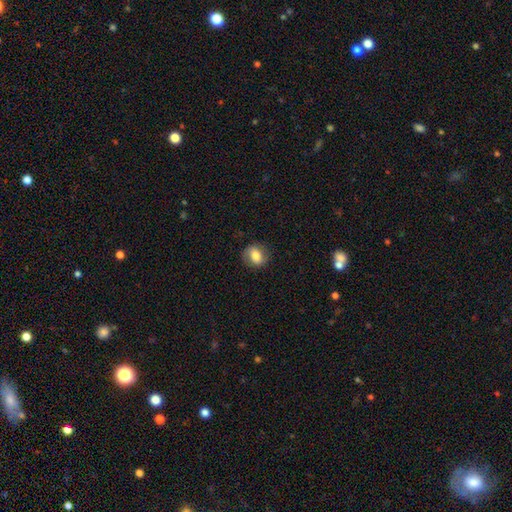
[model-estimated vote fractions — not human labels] Overall: smooth (73%). How rounded: in between (49%, tied with round). Merging: none (81%).